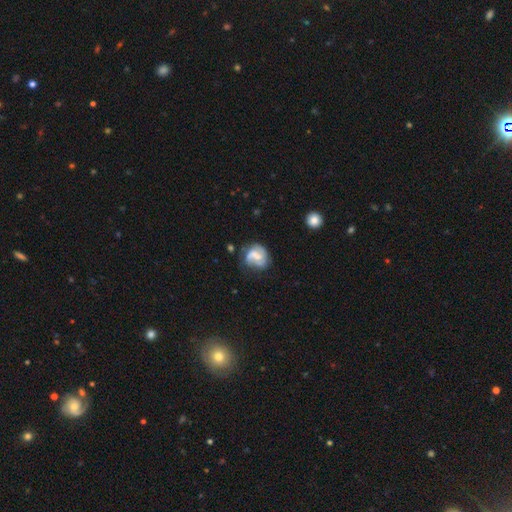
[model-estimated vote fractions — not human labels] The model was most divided on "bulge size": small: 32%, none: 30%, moderate: 29%, large: 8%, dominant: 2%. Remaining: edge-on disk — no (98%); spiral arms — yes (86%); smooth or featured — featured or disk (65%); spiral arm count — 2 (60%); merging — none (57%); bar — weak (45%); spiral winding — medium (43%).